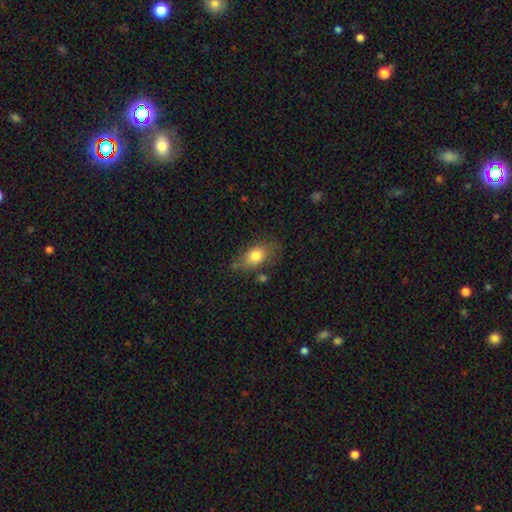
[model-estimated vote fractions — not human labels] The model was most divided on "merging": none: 61%, minor disturbance: 26%, major disturbance: 9%, merger: 5%. More confident: how rounded — in between (80%); smooth or featured — smooth (78%).